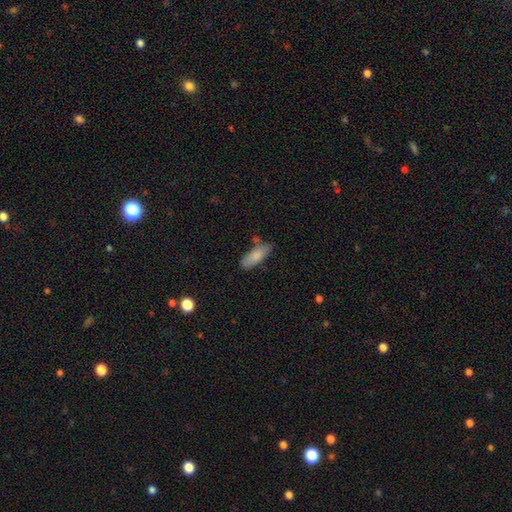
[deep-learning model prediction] A smooth galaxy with no disk features (82%) that is in between round and cigar-shaped (75%). Merging: none (66%).